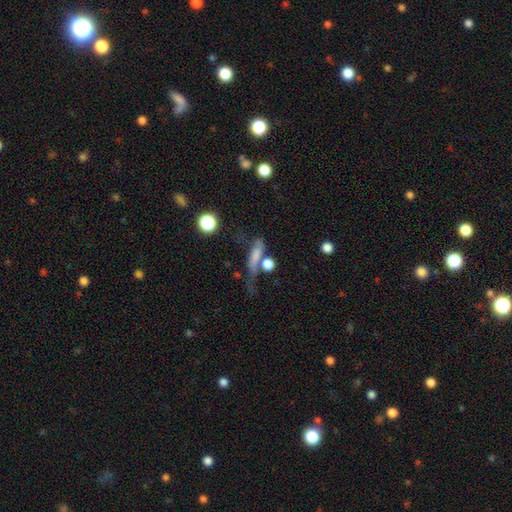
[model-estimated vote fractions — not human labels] Smooth or featured: smooth — 64% (featured or disk — 24%)
How rounded: cigar-shaped — 49% (in between — 36%)
Merging: none — 35% (merger — 24%)